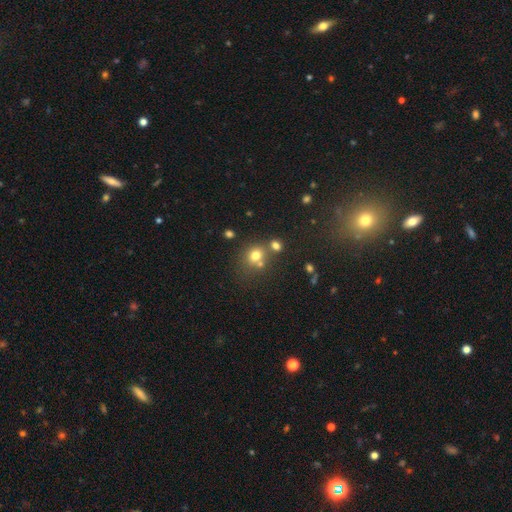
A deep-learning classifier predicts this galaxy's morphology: type=smooth (72%); roundness=round (69%); merging=none (52%).